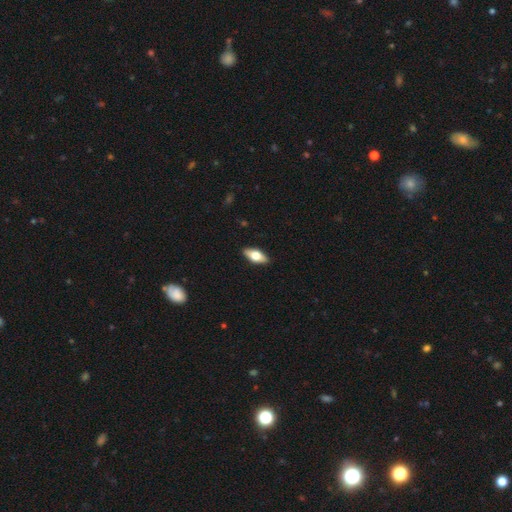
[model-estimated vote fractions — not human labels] Smooth or featured: smooth — 55% (featured or disk — 39%)
How rounded: in between — 78% (cigar-shaped — 18%)
Merging: none — 90% (minor disturbance — 8%)